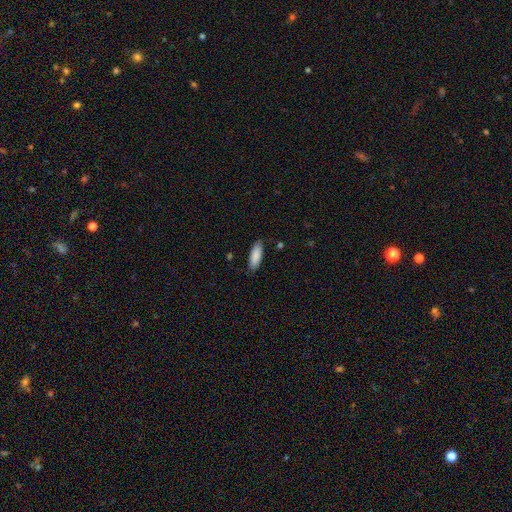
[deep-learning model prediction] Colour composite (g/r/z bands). It shows a smooth galaxy with no disk features (88%) that is in between round and cigar-shaped (67%). Merging: none (84%).